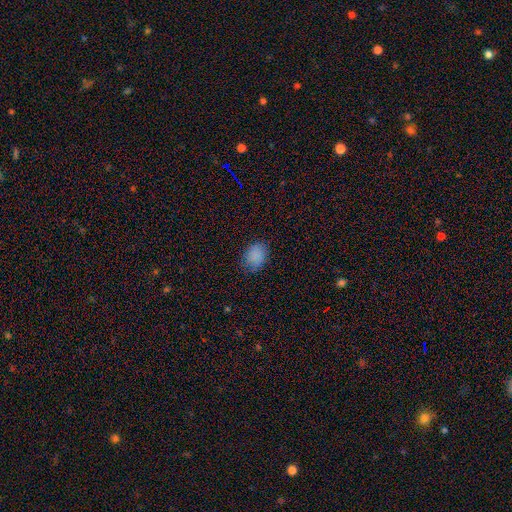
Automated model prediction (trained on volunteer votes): smooth_or_featured: smooth (p=0.85) [alt: star or artifact p=0.10]
how_rounded: in between (p=0.66) [alt: round p=0.33]
merging: none (p=0.76) [alt: minor disturbance p=0.18]